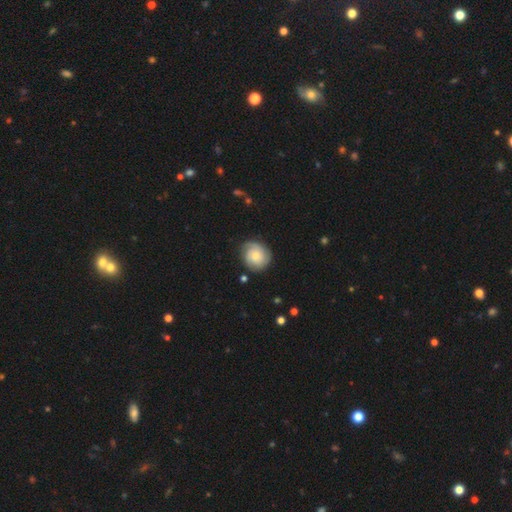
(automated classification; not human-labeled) A featured or disk galaxy (49%).

Vote fractions:
- Smooth or featured? featured or disk: 49% / smooth: 44% / star or artifact: 7%
- Merging? none: 77% / minor disturbance: 17% / major disturbance: 4% / merger: 2%